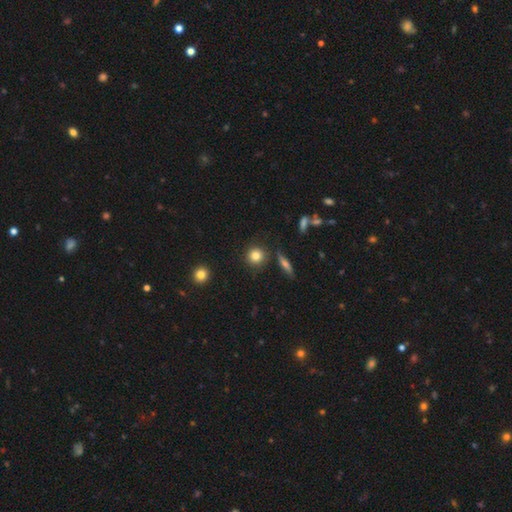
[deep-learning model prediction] Overall: smooth (82%). How rounded: round (90%). Merging: none (85%).